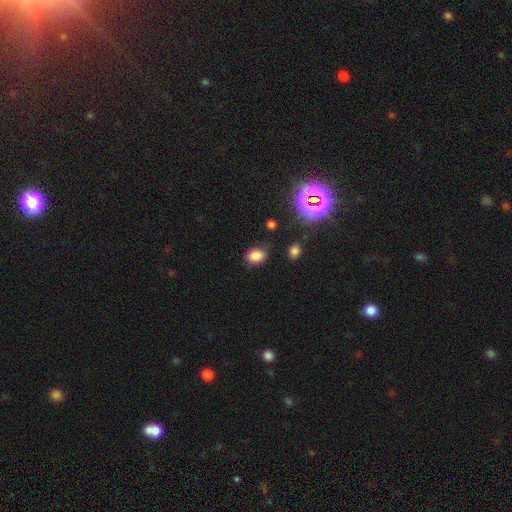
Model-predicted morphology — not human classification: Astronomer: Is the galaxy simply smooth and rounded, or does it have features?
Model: smooth — 80%.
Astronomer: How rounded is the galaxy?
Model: in between — 67%.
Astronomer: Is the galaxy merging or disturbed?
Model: none — 76%.